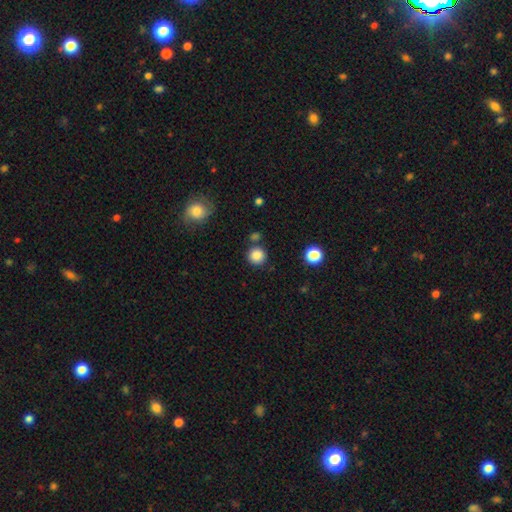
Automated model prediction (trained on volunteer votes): Overall: smooth (86%). How rounded: round (93%). Merging: none (81%).